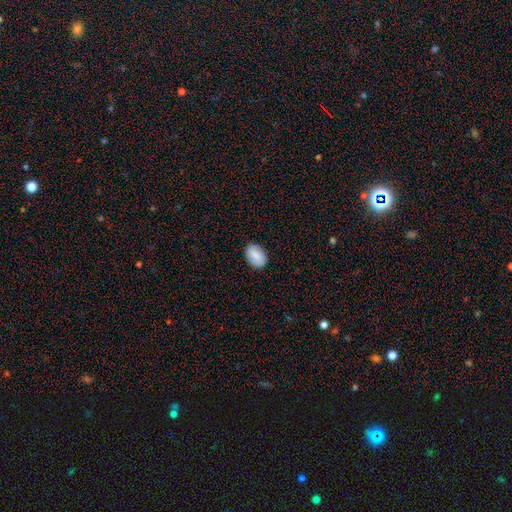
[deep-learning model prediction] A smooth galaxy with no disk features (82%) that is in between round and cigar-shaped (84%). Merging: none (86%).